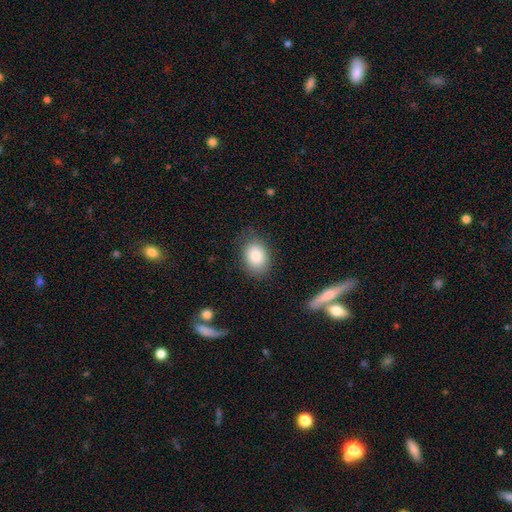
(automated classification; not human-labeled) The model was most divided on "how rounded": in between: 71%, round: 28%, cigar-shaped: 1%. More confident: smooth or featured — smooth (84%); merging — none (79%).